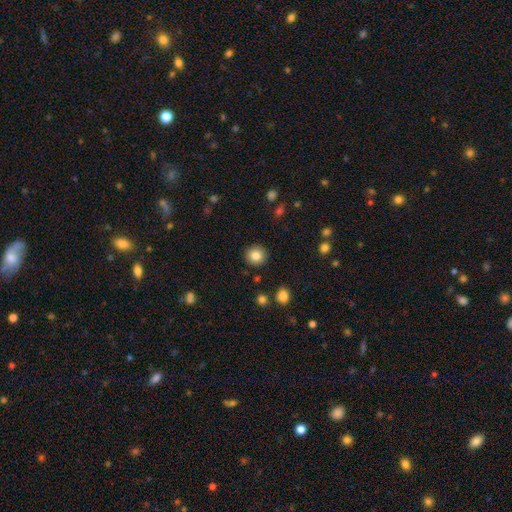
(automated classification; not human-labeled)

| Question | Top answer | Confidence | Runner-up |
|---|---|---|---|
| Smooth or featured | smooth | 83% | star or artifact (10%) |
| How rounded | round | 92% | in between (7%) |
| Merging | none | 91% | minor disturbance (6%) |